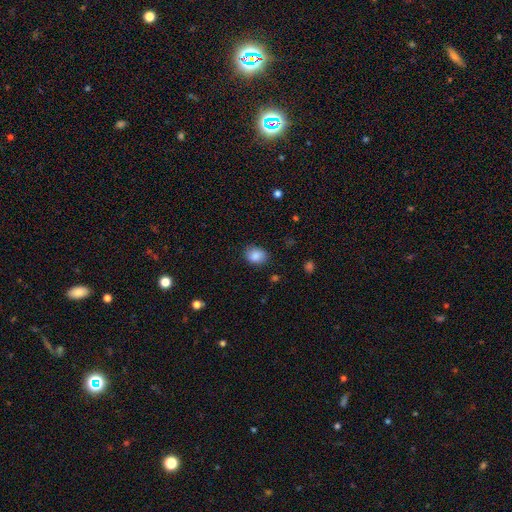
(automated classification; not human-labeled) Q: Smooth or featured?
A: smooth (87%); runner-up: star or artifact (9%)
Q: How rounded?
A: in between (59%); runner-up: round (40%)
Q: Merging?
A: none (81%); runner-up: minor disturbance (15%)